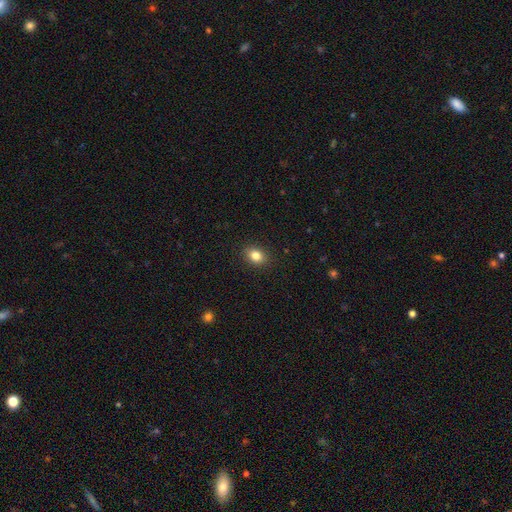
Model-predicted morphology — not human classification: This is clearly a smooth galaxy (83%). How rounded: likely in between (64%). Merging: clearly none (89%).